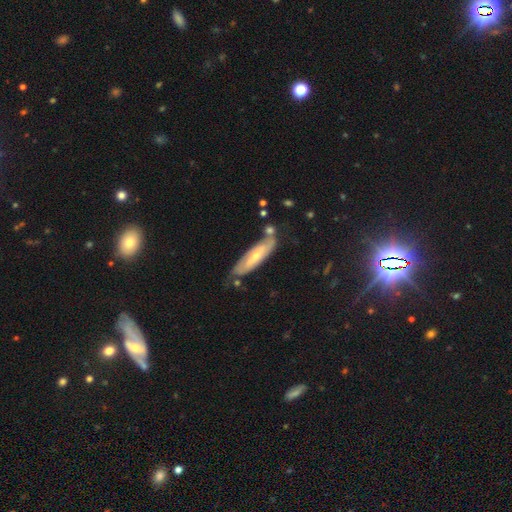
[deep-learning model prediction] smooth_or_featured: featured or disk (p=0.58) [alt: smooth p=0.37]
disk_edge_on: no (p=0.68) [alt: yes p=0.32]
merging: none (p=0.61) [alt: minor disturbance p=0.23]